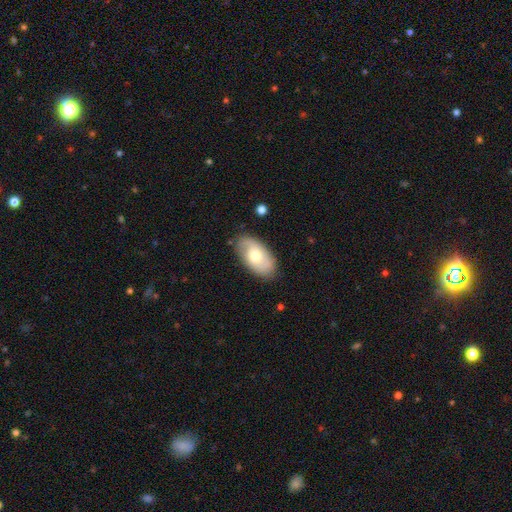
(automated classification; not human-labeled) This is possibly a smooth galaxy (55%). How rounded: clearly in between (94%). Merging: likely none (79%).